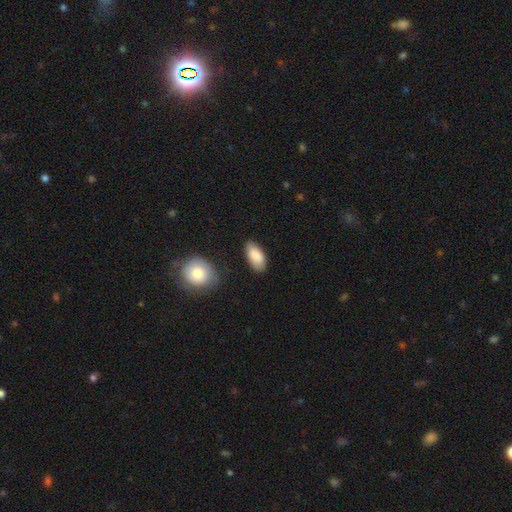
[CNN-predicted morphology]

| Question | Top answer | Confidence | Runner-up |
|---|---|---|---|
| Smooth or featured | smooth | 88% | featured or disk (6%) |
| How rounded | in between | 93% | cigar-shaped (4%) |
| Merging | none | 77% | minor disturbance (17%) |